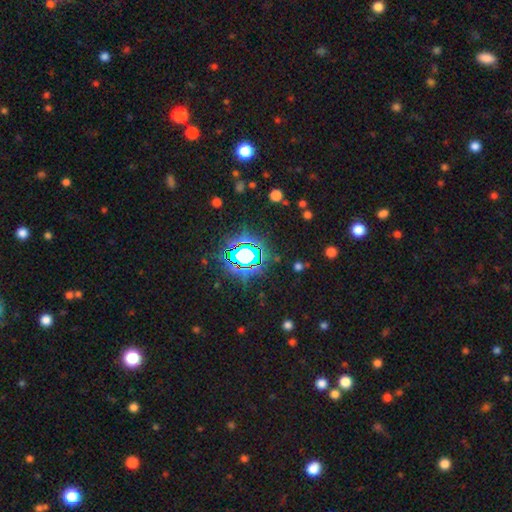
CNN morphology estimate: smooth-or-featured: star or artifact: 76% | smooth: 14% | featured or disk: 10%